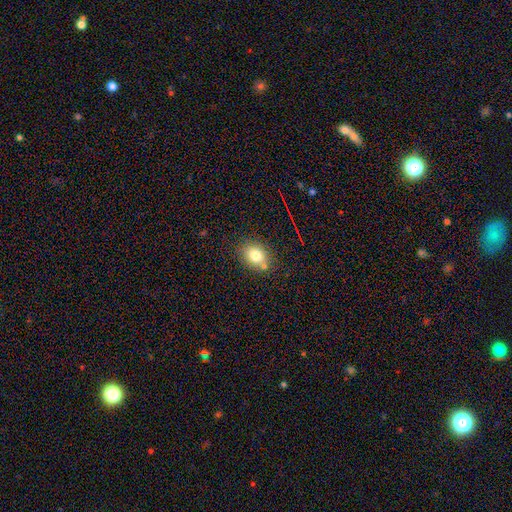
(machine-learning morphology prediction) type=smooth (77%); roundness=in between (56%); merging=none (74%).